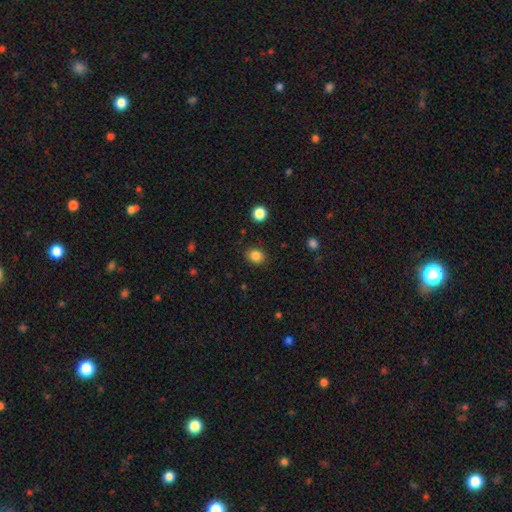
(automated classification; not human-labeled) Overall: smooth (85%). How rounded: round (63%; in between 37%). Merging: none (86%).